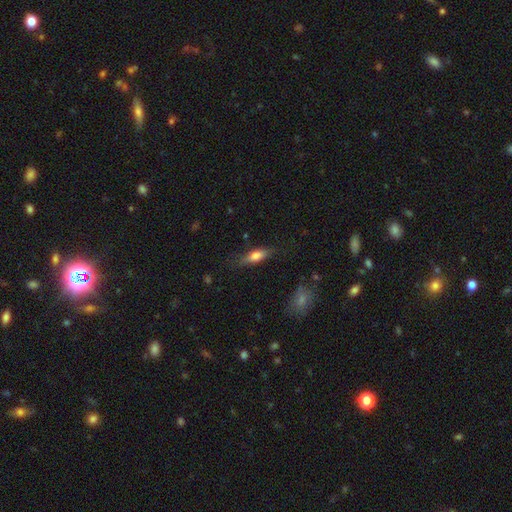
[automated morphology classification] Smooth or featured? Predicted: smooth (p=0.67). How rounded? Predicted: in between (p=0.49). Merging? Predicted: none (p=0.77).